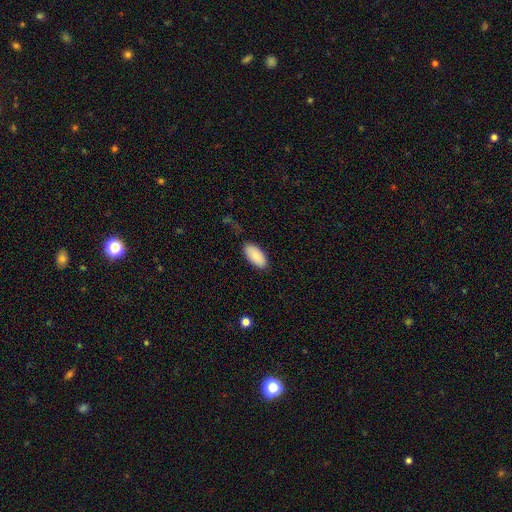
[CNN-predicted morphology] Q: Smooth or featured?
A: smooth (88%); runner-up: star or artifact (6%)
Q: How rounded?
A: in between (93%); runner-up: cigar-shaped (5%)
Q: Merging?
A: none (84%); runner-up: minor disturbance (12%)